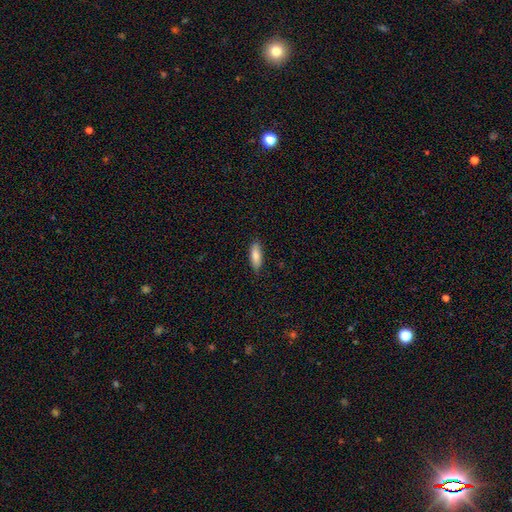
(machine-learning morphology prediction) This is clearly a smooth galaxy (80%). How rounded: likely in between (60%). Merging: clearly none (81%).